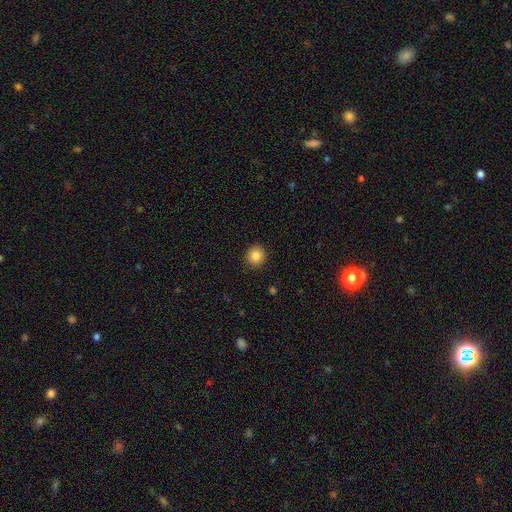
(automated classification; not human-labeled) A smooth galaxy with no disk features (85%) that is round (89%). Merging: none (91%).